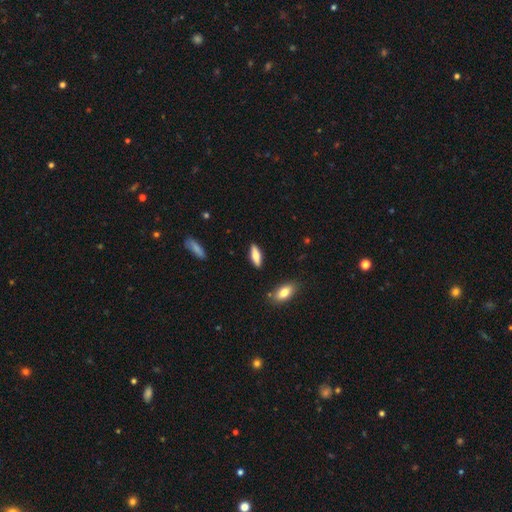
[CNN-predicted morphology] smooth_or_featured: smooth (p=0.68) [alt: featured or disk p=0.26]
how_rounded: in between (p=0.57) [alt: cigar-shaped p=0.41]
merging: none (p=0.87) [alt: minor disturbance p=0.09]